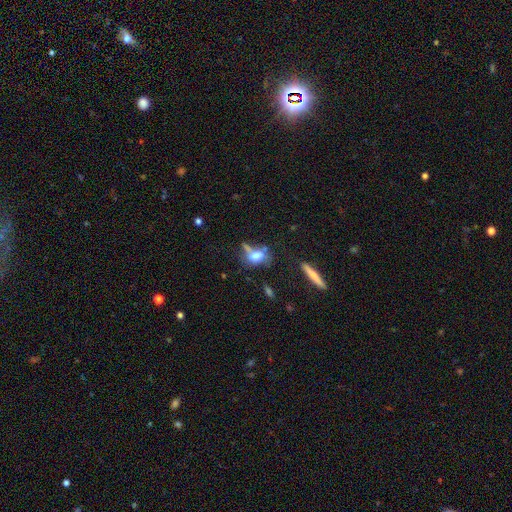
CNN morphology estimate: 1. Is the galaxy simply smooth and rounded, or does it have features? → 59% smooth, 28% featured or disk, 13% star or artifact.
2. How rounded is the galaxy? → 73% in between, 21% round, 6% cigar-shaped.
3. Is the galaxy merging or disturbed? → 35% none, 23% minor disturbance, 22% merger, 21% major disturbance.